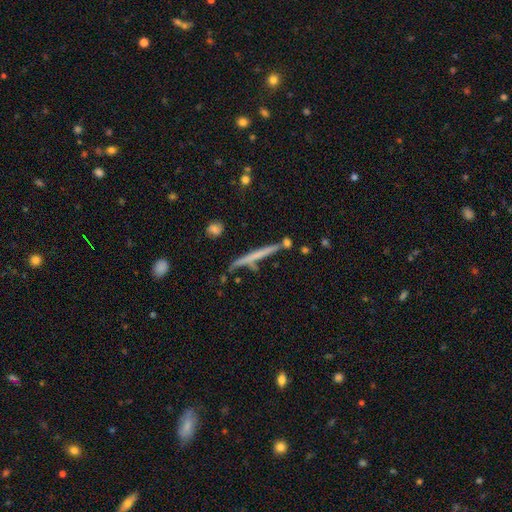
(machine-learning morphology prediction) Overall: featured or disk (50%; smooth 43%). Edge-on disk: yes (96%). Merging: none (78%).